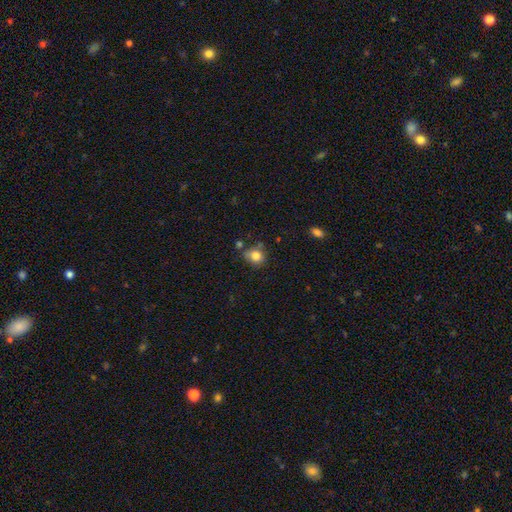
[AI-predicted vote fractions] smooth 81%, star or artifact 10%, featured or disk 8%. Down the decision tree: how rounded — round (73%); merging — none (64%).